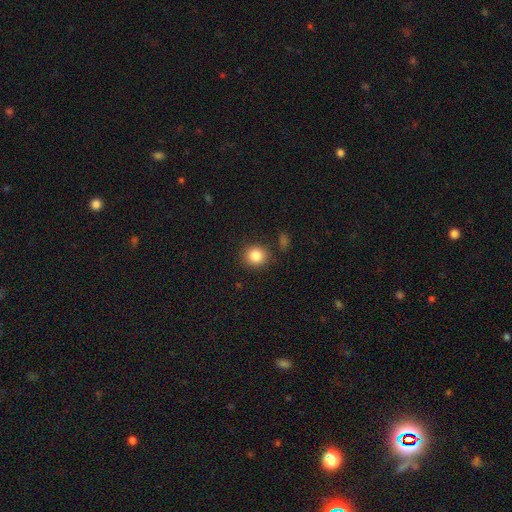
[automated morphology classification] The model was most divided on "smooth or featured": smooth: 85%, star or artifact: 10%, featured or disk: 5%. More confident: how rounded — round (88%); merging — none (85%).